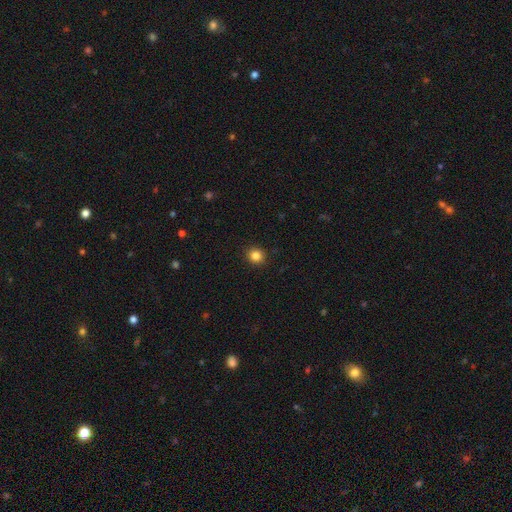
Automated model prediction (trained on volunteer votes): This is clearly a smooth galaxy (84%). How rounded: clearly round (91%). Merging: clearly none (92%).